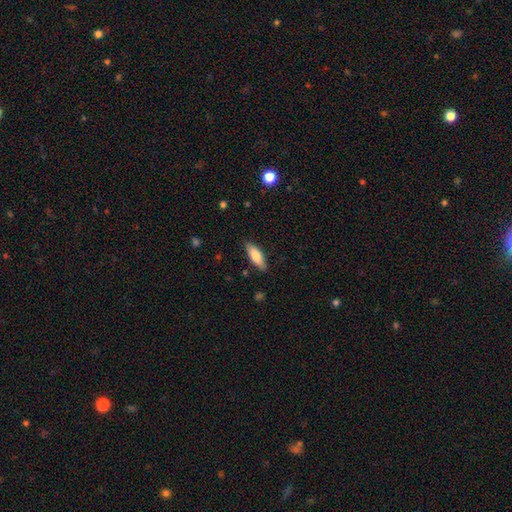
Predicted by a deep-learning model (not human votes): A smooth galaxy with no disk features (73%) that is in between round and cigar-shaped (60%).

Vote fractions:
- Smooth or featured? smooth: 73% / featured or disk: 21% / star or artifact: 6%
- How rounded? in between: 60% / cigar-shaped: 38% / round: 2%
- Merging? none: 85% / minor disturbance: 11% / major disturbance: 2% / merger: 1%